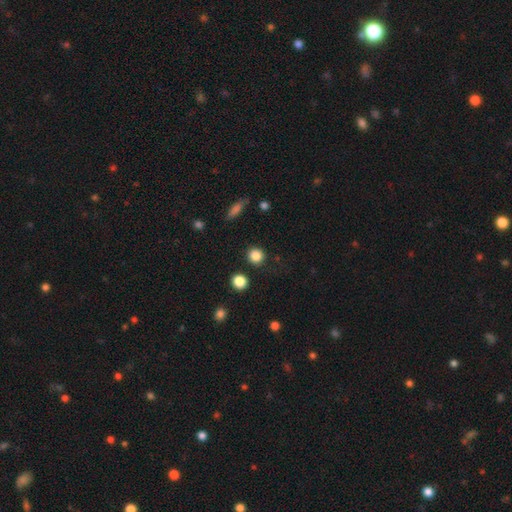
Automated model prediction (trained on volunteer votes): Smooth or featured? smooth (84%)
How rounded? round (91%)
Merging? none (88%)